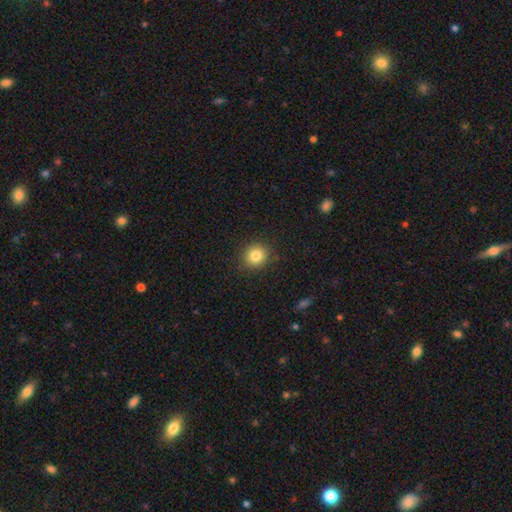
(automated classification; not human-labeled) Smooth or featured? Predicted: smooth (p=0.83). How rounded? Predicted: round (p=0.89). Merging? Predicted: none (p=0.89).